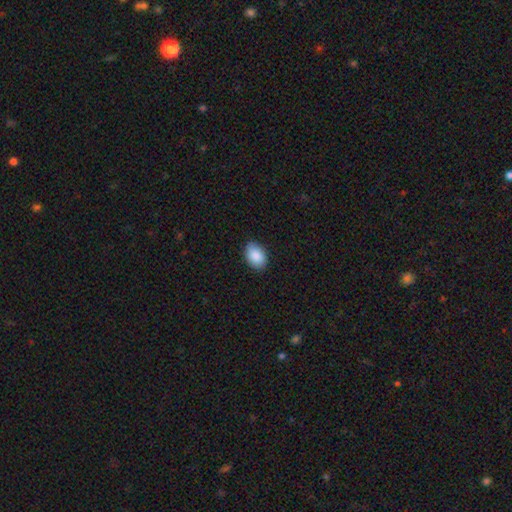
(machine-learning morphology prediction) Smooth or featured? smooth (89%)
How rounded? in between (85%)
Merging? none (86%)